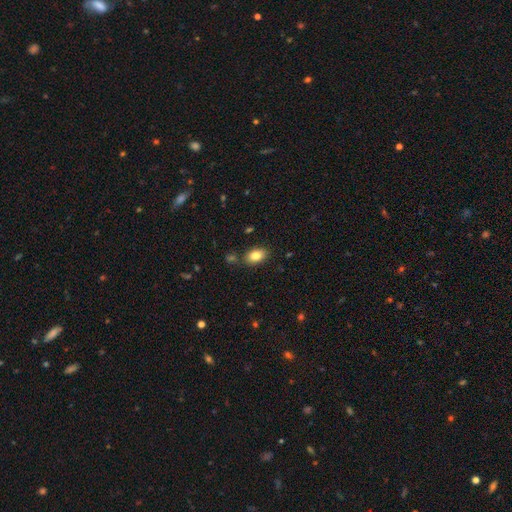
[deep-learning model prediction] Smooth or featured? smooth (83%)
How rounded? in between (88%)
Merging? none (83%)